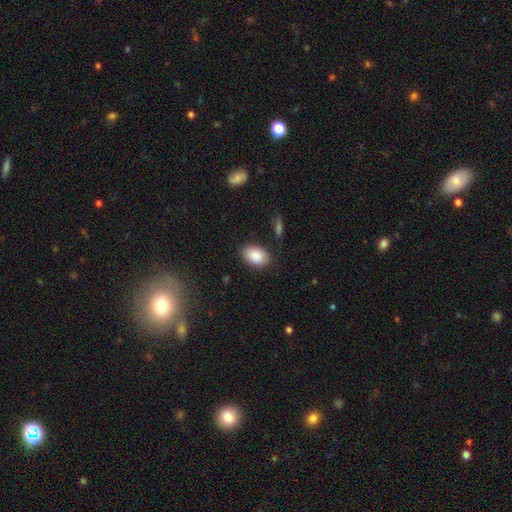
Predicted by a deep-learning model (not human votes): smooth 89%, star or artifact 7%, featured or disk 5%. Down the decision tree: how rounded — in between (85%); merging — none (84%).